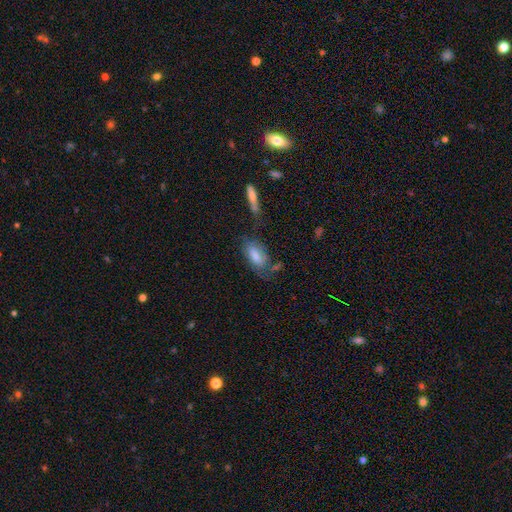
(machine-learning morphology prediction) type=smooth (73%); roundness=in between (84%); merging=none (49%).